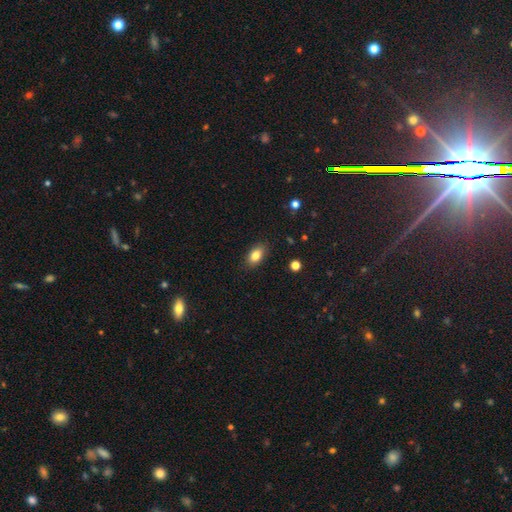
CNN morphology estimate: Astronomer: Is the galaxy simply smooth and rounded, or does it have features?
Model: smooth — 82%.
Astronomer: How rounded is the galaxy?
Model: in between — 88%.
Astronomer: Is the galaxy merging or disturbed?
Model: none — 87%.